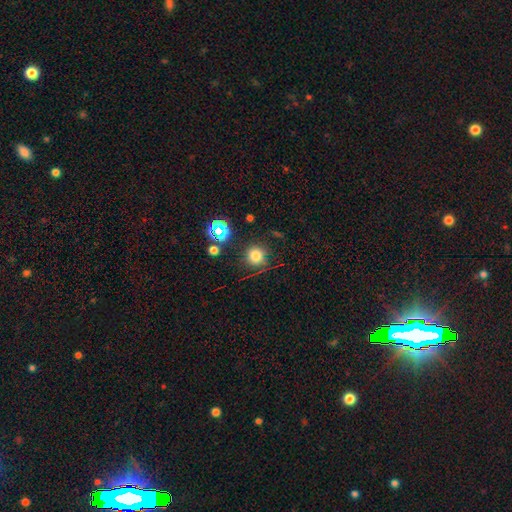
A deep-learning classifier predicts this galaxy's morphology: Overall: smooth (73%). How rounded: round (93%). Merging: none (79%).